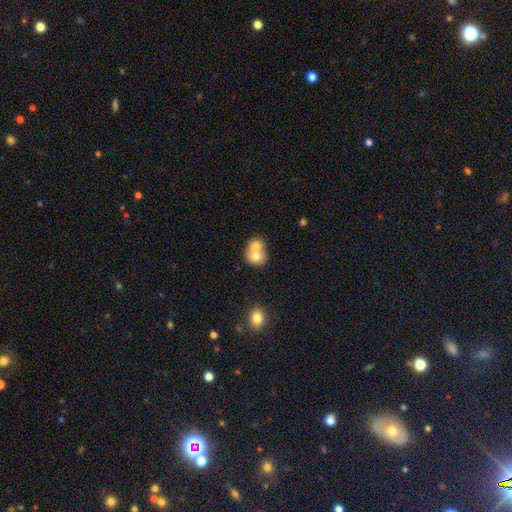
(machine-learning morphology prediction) Overall: smooth (70%). How rounded: round (70%). Merging: merger (68%).